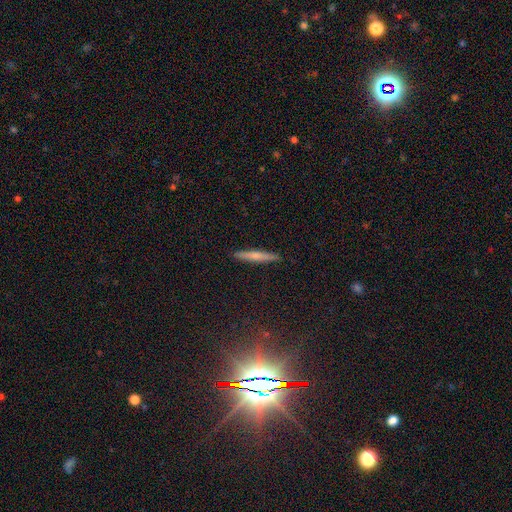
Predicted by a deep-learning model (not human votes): The model was most divided on "smooth or featured": smooth: 57%, featured or disk: 36%, star or artifact: 8%. More confident: how rounded — cigar-shaped (94%); merging — none (91%).